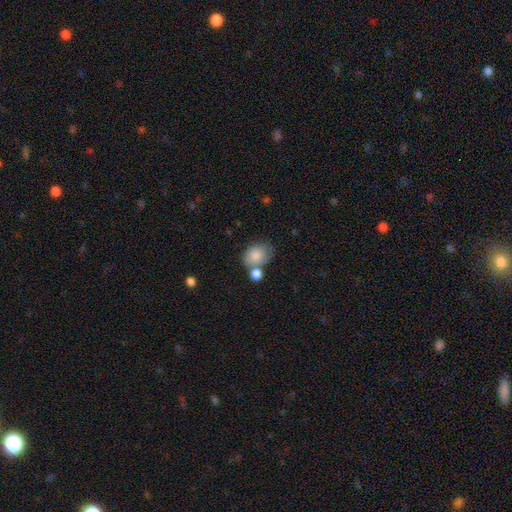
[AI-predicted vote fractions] This appears to be a smooth galaxy with no disk features (83%) that is in between round and cigar-shaped (63%). Merging: none (46%).